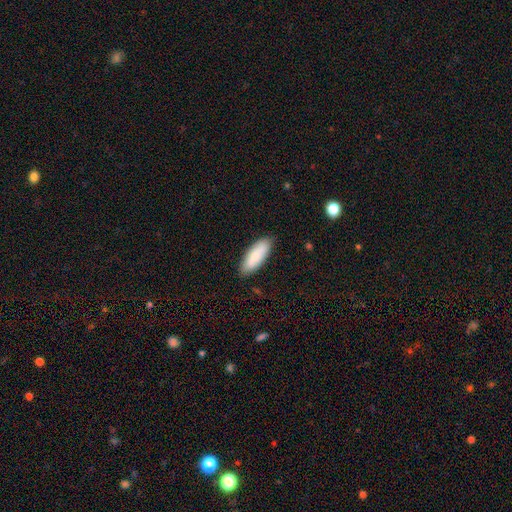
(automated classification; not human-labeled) Smooth or featured: smooth — 82% (featured or disk — 12%)
How rounded: in between — 70% (cigar-shaped — 28%)
Merging: none — 85% (minor disturbance — 12%)